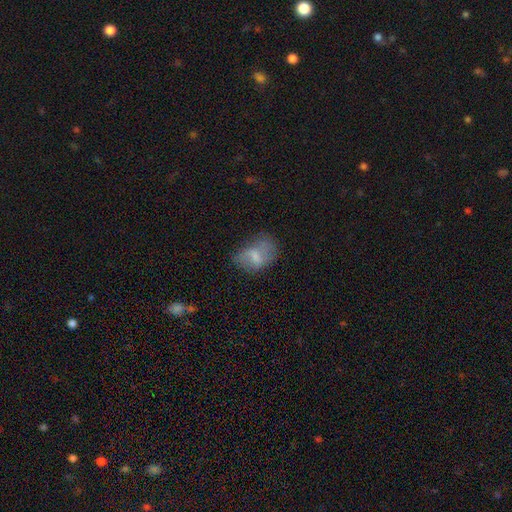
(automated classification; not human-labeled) Q: Smooth or featured?
A: smooth (59%); runner-up: featured or disk (32%)
Q: How rounded?
A: in between (82%); runner-up: round (16%)
Q: Merging?
A: none (43%); runner-up: minor disturbance (31%)